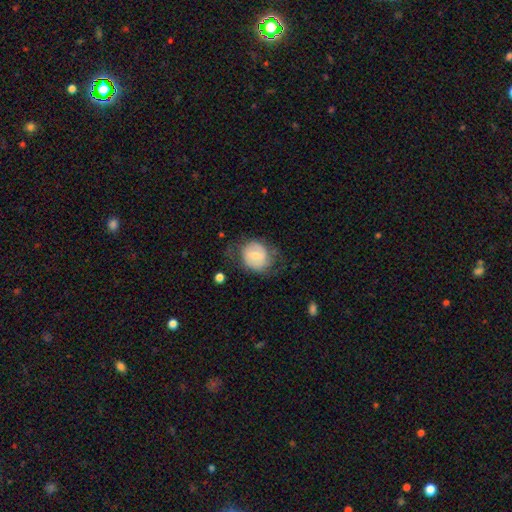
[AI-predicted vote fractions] Morphology: type=smooth (54%); roundness=round (68%); merging=none (50%).